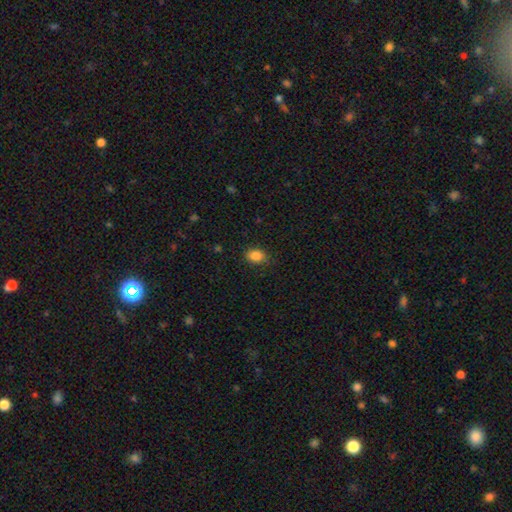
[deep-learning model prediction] smooth-or-featured: smooth: 87% | star or artifact: 9% | featured or disk: 4%
  how-rounded: in between: 71% | round: 28% | cigar-shaped: 1%
  merging: none: 83% | minor disturbance: 13% | major disturbance: 3% | merger: 1%